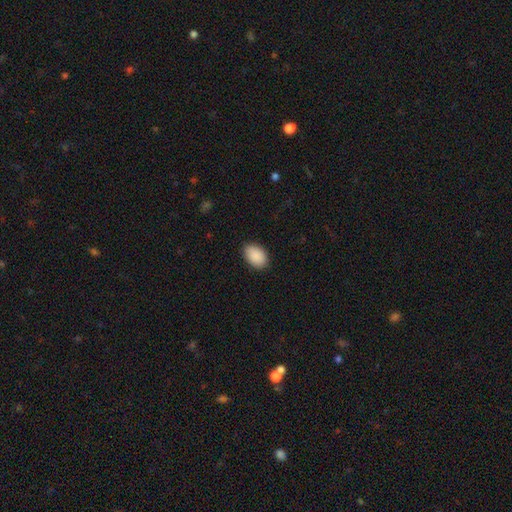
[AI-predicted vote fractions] Morphology: type=smooth (91%); roundness=in between (88%); merging=none (87%).